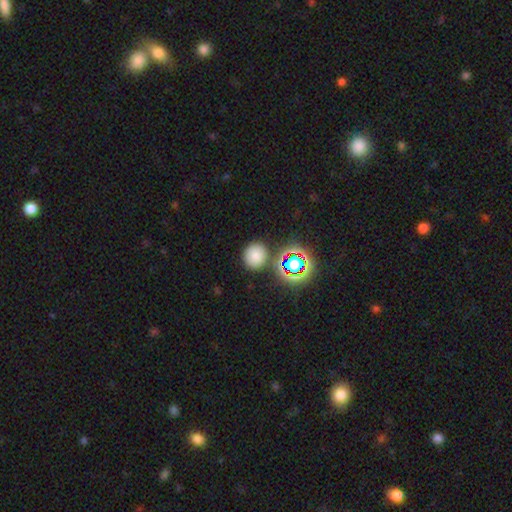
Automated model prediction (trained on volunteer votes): Smooth or featured? Predicted: smooth (p=0.72). How rounded? Predicted: round (p=0.83). Merging? Predicted: none (p=0.81).